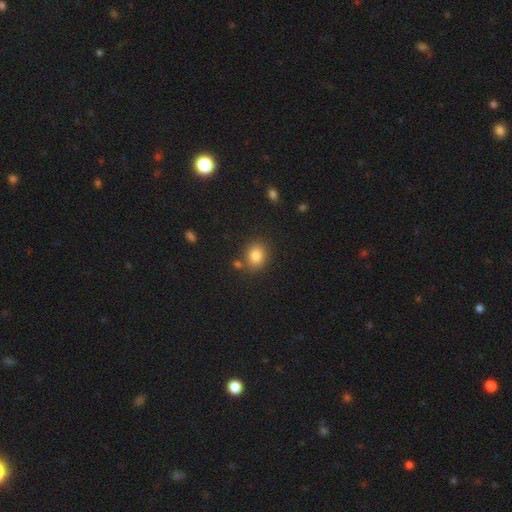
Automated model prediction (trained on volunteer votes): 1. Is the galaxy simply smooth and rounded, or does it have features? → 83% smooth, 10% star or artifact, 7% featured or disk.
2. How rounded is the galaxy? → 56% round, 43% in between, 1% cigar-shaped.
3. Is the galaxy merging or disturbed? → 77% none, 11% minor disturbance, 8% merger, 3% major disturbance.